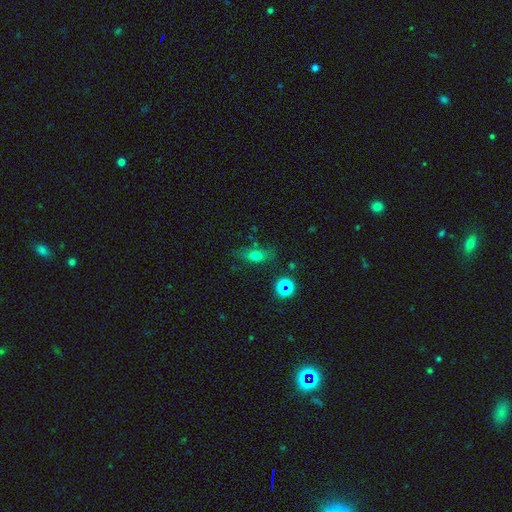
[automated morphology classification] This appears to be a smooth galaxy with no disk features (66%) that is in between round and cigar-shaped (67%). Merging: none (70%).